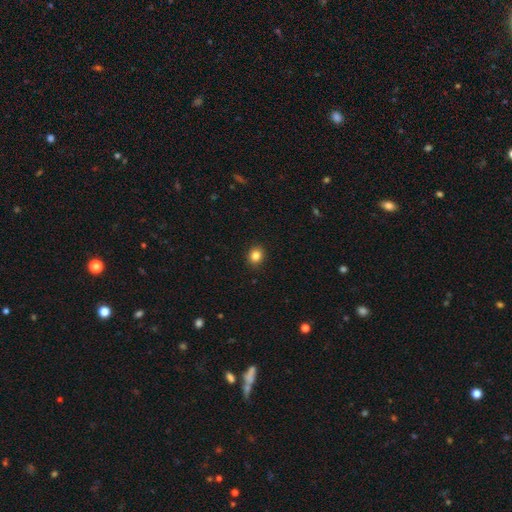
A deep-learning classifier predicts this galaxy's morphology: smooth_or_featured: smooth (p=0.85) [alt: star or artifact p=0.11]
how_rounded: round (p=0.75) [alt: in between p=0.24]
merging: none (p=0.91) [alt: minor disturbance p=0.06]